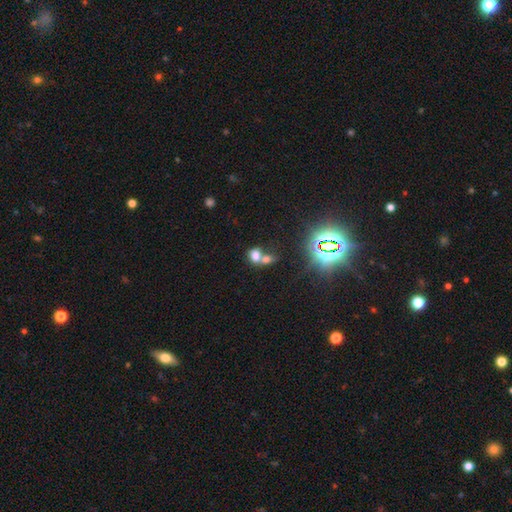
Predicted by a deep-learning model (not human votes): Smooth or featured? Predicted: smooth (p=0.69). How rounded? Predicted: in between (p=0.58). Merging? Predicted: merger (p=0.63).